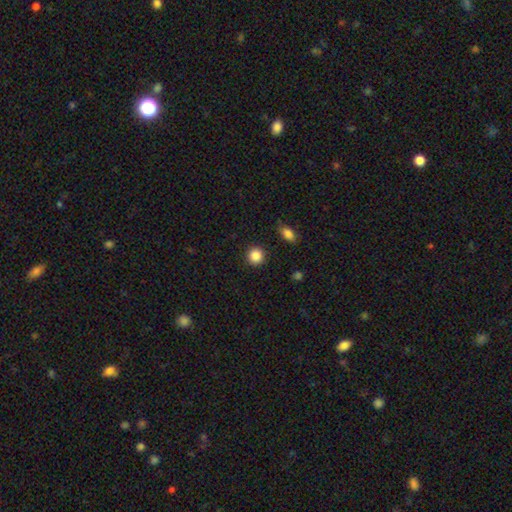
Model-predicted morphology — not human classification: Smooth or featured? smooth (87%)
How rounded? round (92%)
Merging? none (91%)